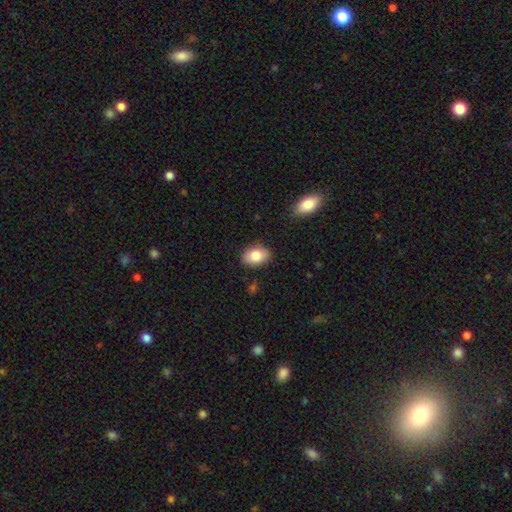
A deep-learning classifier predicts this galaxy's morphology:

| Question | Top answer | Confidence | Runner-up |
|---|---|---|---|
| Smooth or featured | smooth | 82% | featured or disk (10%) |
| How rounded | in between | 84% | round (15%) |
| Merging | none | 84% | minor disturbance (12%) |